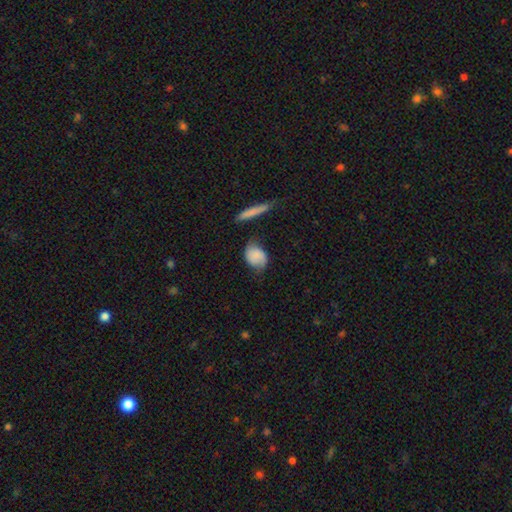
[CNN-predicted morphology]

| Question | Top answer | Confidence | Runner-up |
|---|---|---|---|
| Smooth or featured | smooth | 70% | featured or disk (22%) |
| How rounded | in between | 63% | round (34%) |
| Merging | none | 56% | minor disturbance (29%) |